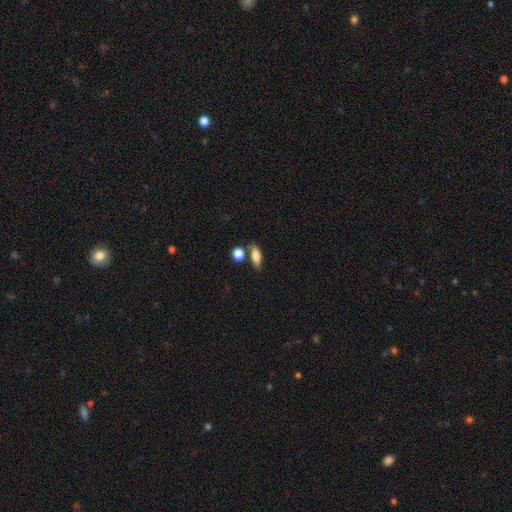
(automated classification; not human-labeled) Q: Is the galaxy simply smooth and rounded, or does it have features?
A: smooth — 76%.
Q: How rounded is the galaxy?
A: in between — 73%.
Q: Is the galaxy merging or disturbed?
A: none — 66%.